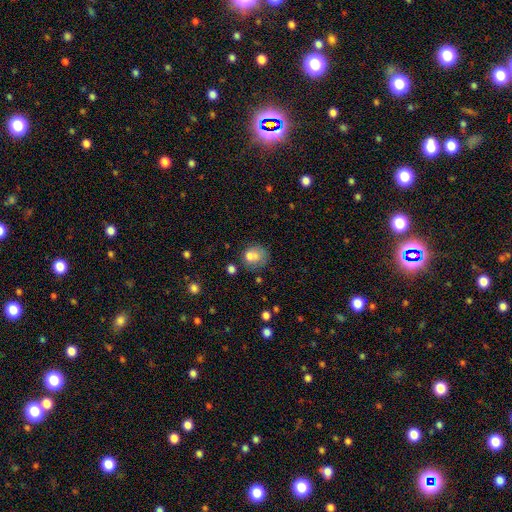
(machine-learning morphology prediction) This appears to be a smooth galaxy with no disk features (71%) that is round (64%). Merging: none (46%).